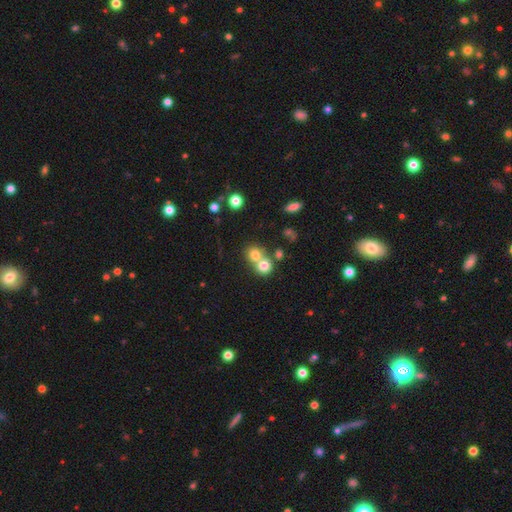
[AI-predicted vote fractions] A smooth galaxy with no disk features (76%) that is round (82%).

Vote fractions:
- Smooth or featured? smooth: 76% / star or artifact: 13% / featured or disk: 12%
- How rounded? round: 82% / in between: 17% / cigar-shaped: 1%
- Merging? merger: 53% / none: 39% / minor disturbance: 6% / major disturbance: 3%